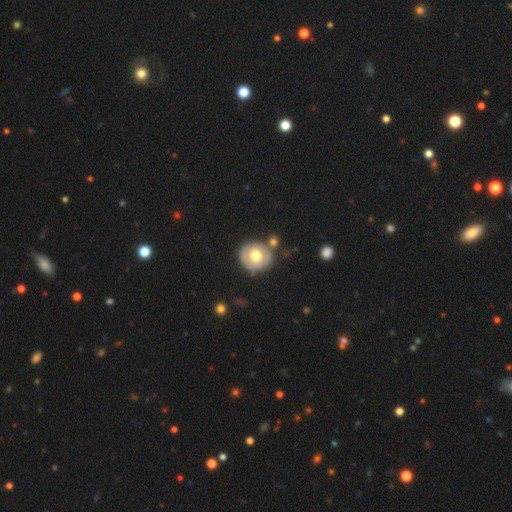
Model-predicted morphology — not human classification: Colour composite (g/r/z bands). It shows a smooth galaxy with no disk features (52%) that is round (84%). Merging: none (76%).